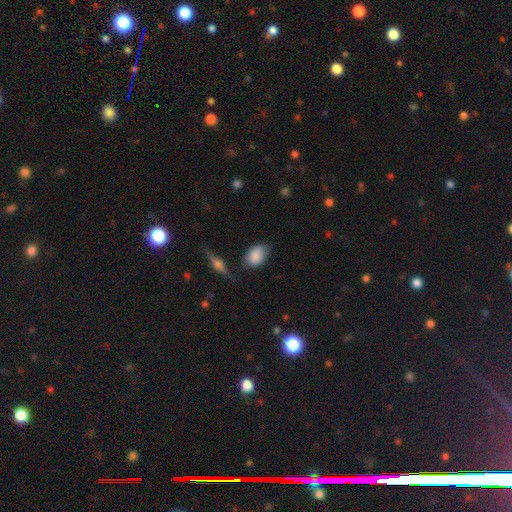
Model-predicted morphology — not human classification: This is clearly a smooth galaxy (84%). How rounded: clearly in between (85%). Merging: likely none (65%).